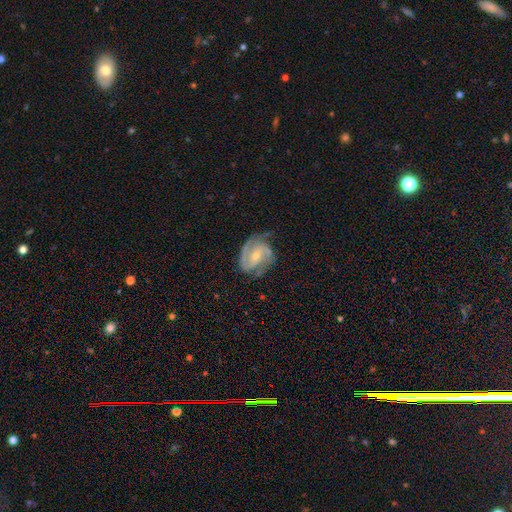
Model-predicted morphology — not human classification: This appears to be a featured or disk galaxy (85%) with a weak bar (47%), 2 (66%) medium (48%) spiral arms (96%) and a small central bulge (60%). Merging: none (61%).